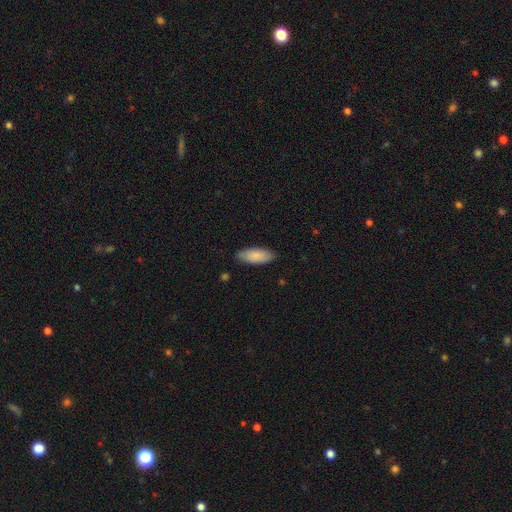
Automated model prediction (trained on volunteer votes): Smooth or featured? Predicted: smooth (p=0.87). How rounded? Predicted: in between (p=0.78). Merging? Predicted: none (p=0.85).